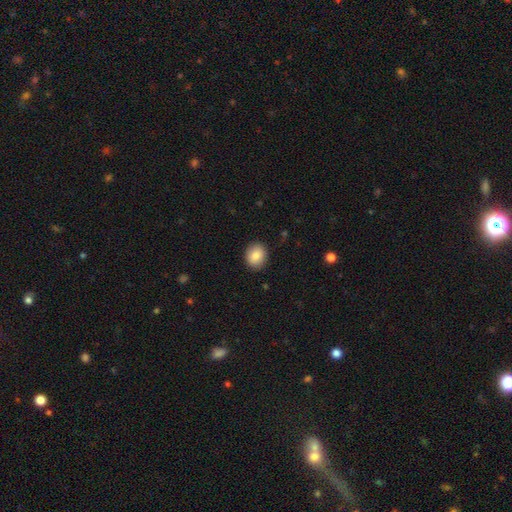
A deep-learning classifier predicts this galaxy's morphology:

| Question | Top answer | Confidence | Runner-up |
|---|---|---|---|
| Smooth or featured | smooth | 85% | star or artifact (8%) |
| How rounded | round | 62% | in between (38%) |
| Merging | none | 89% | minor disturbance (8%) |